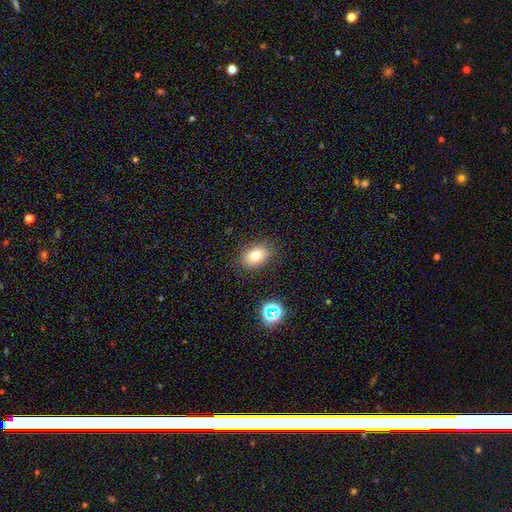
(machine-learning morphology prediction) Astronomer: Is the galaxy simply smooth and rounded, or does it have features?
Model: smooth — 78%.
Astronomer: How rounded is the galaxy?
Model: in between — 79%.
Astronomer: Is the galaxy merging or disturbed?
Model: none — 84%.